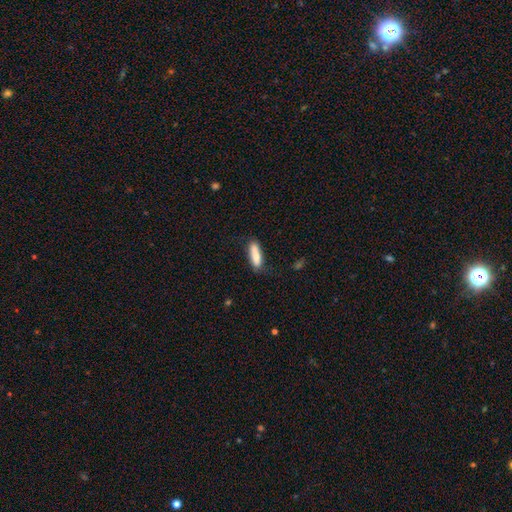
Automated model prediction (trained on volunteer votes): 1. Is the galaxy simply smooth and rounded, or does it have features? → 82% smooth, 12% featured or disk, 6% star or artifact.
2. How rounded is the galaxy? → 62% cigar-shaped, 37% in between, 2% round.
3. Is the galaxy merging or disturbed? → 72% none, 20% minor disturbance, 5% major disturbance, 3% merger.